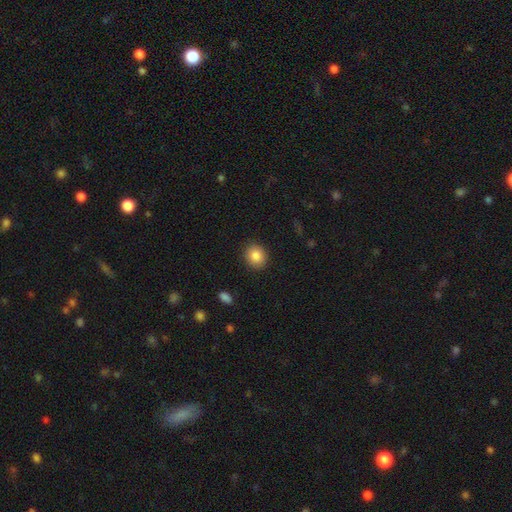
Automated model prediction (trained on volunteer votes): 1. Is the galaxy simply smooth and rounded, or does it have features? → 86% smooth, 9% star or artifact, 5% featured or disk.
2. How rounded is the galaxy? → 69% round, 31% in between, 1% cigar-shaped.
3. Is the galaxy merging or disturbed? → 90% none, 7% minor disturbance, 2% major disturbance, 1% merger.